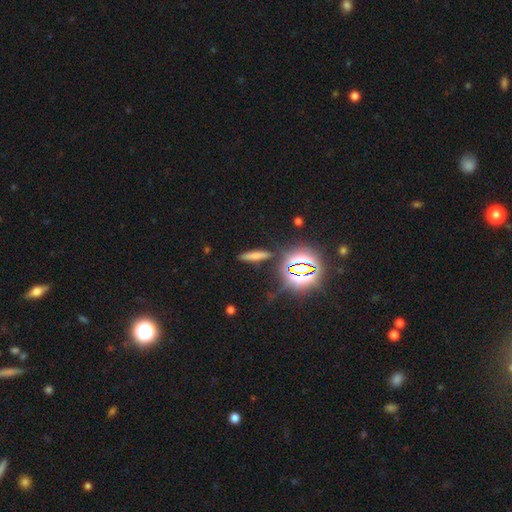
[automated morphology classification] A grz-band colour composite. It shows a smooth galaxy with no disk features (60%) that is cigar-shaped (78%). Merging: none (85%).